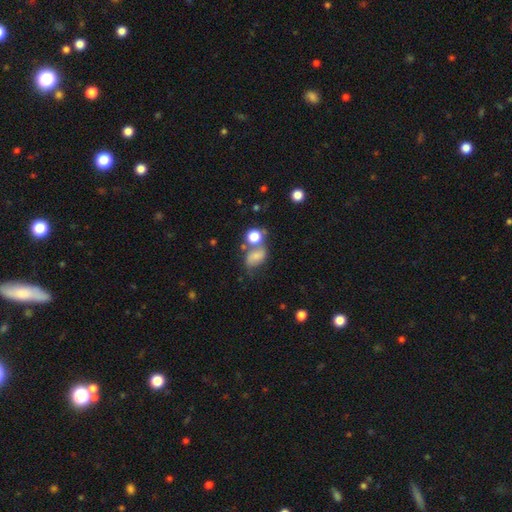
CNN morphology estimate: Smooth or featured? smooth (60%)
How rounded? in between (66%)
Merging? none (38%)